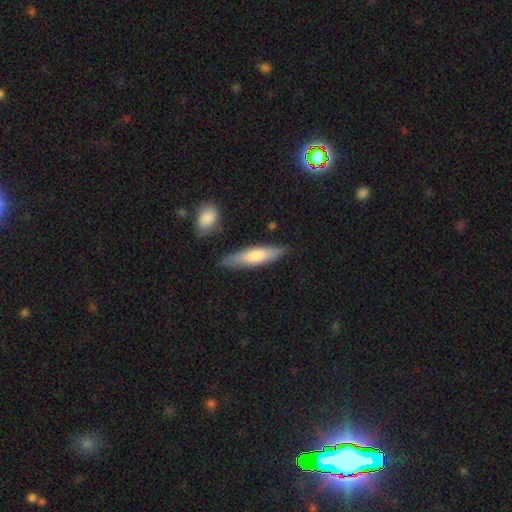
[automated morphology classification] type=smooth (67%); roundness=cigar-shaped (70%); merging=none (82%).